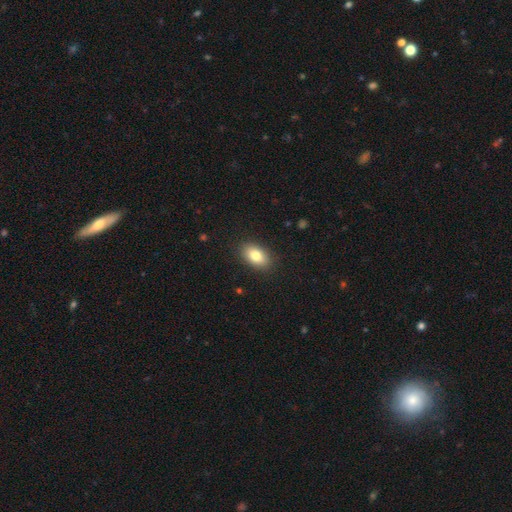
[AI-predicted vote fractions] smooth 81%, featured or disk 11%, star or artifact 8%. Down the decision tree: how rounded — in between (89%); merging — none (88%).